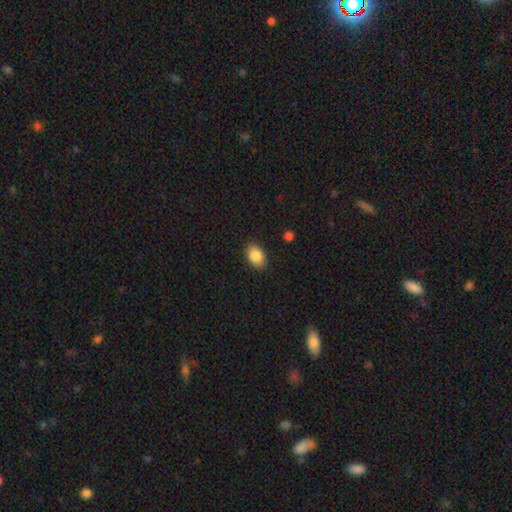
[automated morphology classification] A smooth galaxy with no disk features (87%) that is in between round and cigar-shaped (85%). Merging: none (88%).